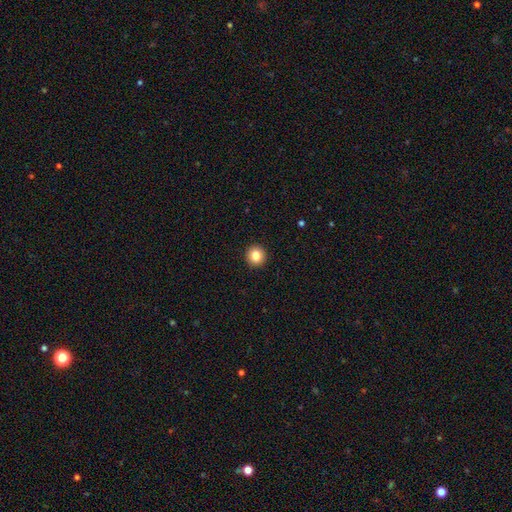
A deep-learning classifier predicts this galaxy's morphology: This appears to be a smooth galaxy with no disk features (85%) that is round (94%). Merging: none (94%).